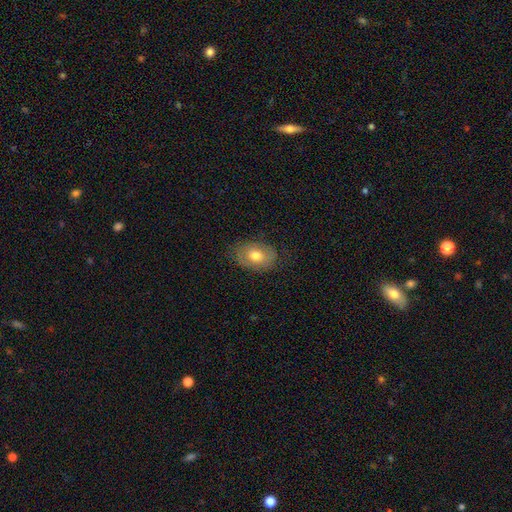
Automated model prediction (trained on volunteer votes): Smooth or featured? Predicted: smooth (p=0.69). How rounded? Predicted: in between (p=0.82). Merging? Predicted: none (p=0.77).